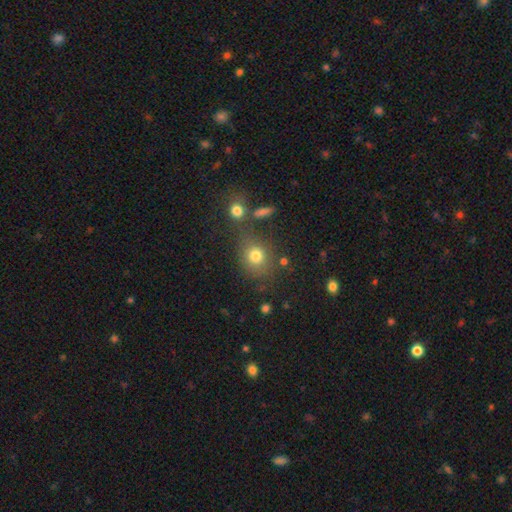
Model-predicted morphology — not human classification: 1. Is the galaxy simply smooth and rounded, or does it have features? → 75% smooth, 15% star or artifact, 9% featured or disk.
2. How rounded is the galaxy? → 73% round, 26% in between, 1% cigar-shaped.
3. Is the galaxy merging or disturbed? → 63% none, 16% merger, 13% minor disturbance, 7% major disturbance.